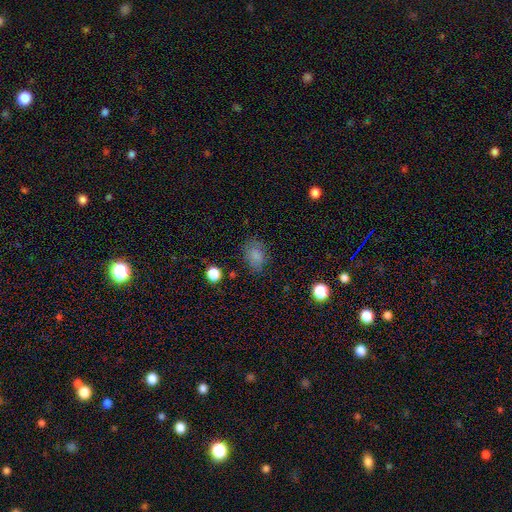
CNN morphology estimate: This is clearly a smooth galaxy (80%). How rounded: likely in between (68%). Merging: likely none (74%).